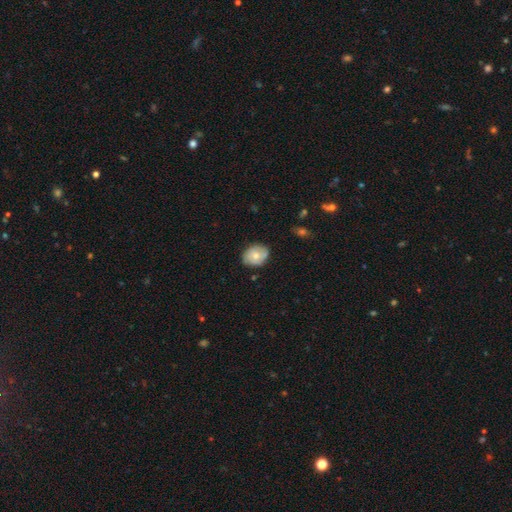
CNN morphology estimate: This is likely a smooth galaxy (65%). How rounded: possibly in between (53%). Merging: likely none (76%).